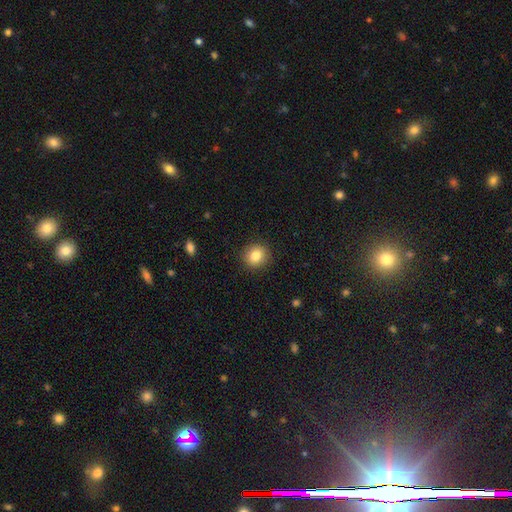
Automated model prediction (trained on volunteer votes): smooth-or-featured: smooth: 84% | star or artifact: 10% | featured or disk: 7%
  how-rounded: round: 80% | in between: 19% | cigar-shaped: 1%
  merging: none: 90% | minor disturbance: 7% | major disturbance: 2% | merger: 1%